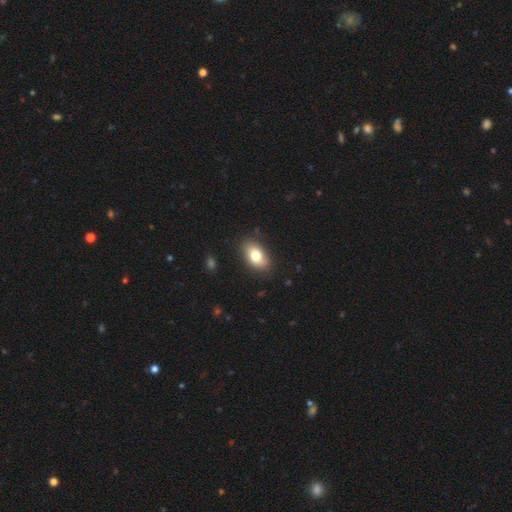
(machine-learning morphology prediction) This appears to be a smooth galaxy with no disk features (77%) that is in between round and cigar-shaped (90%). Merging: none (85%).